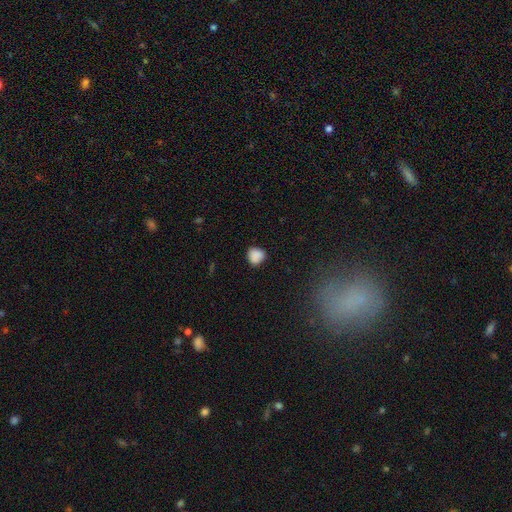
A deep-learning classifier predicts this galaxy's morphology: Smooth or featured? smooth (86%)
How rounded? round (77%)
Merging? none (75%)